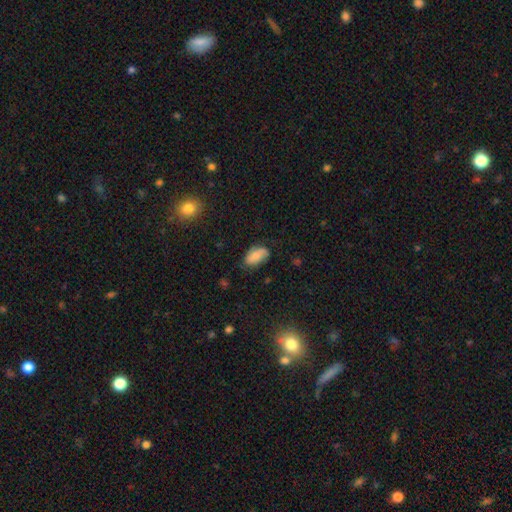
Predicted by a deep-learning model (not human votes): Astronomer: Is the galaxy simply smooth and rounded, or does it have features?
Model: smooth — 76%.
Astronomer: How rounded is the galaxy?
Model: in between — 93%.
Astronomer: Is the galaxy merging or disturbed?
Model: none — 68%.